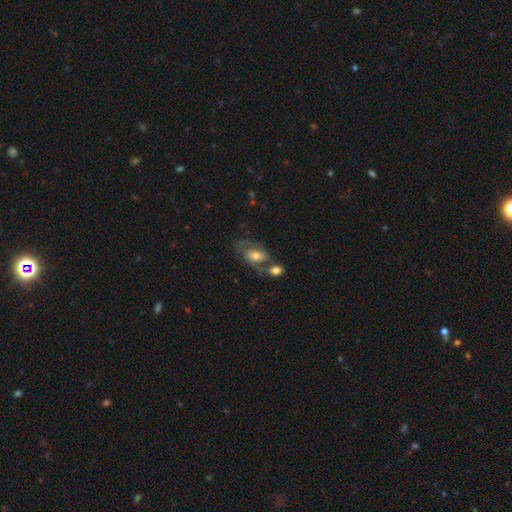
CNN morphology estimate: Q: Smooth or featured?
A: featured or disk (51%); runner-up: smooth (41%)
Q: Edge-on disk?
A: no (95%); runner-up: yes (5%)
Q: Merging?
A: none (36%); runner-up: merger (35%)